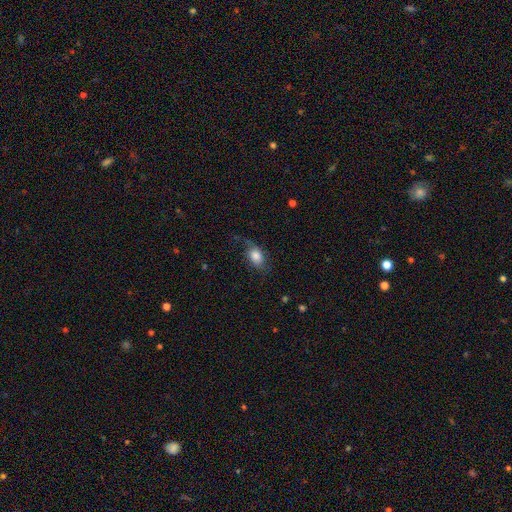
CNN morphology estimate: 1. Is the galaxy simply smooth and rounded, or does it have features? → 70% smooth, 21% featured or disk, 9% star or artifact.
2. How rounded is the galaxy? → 83% in between, 15% round, 3% cigar-shaped.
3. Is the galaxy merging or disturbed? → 54% none, 27% minor disturbance, 17% major disturbance, 2% merger.